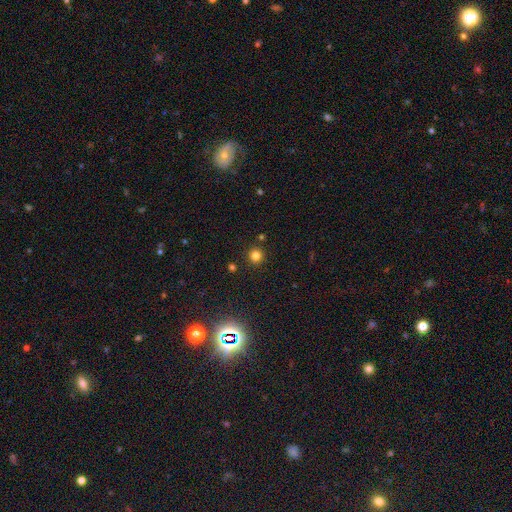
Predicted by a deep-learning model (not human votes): Smooth or featured? smooth (78%)
How rounded? round (94%)
Merging? none (90%)